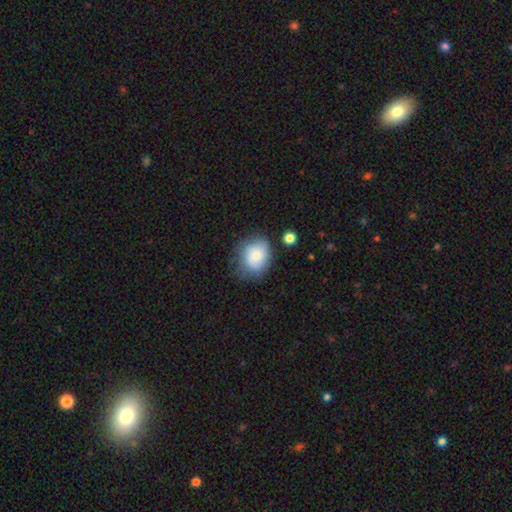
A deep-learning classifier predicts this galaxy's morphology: Smooth or featured?
  - smooth: 70% *
  - featured or disk: 22%
  - star or artifact: 8%
How rounded?
  - round: 51% *
  - in between: 48%
  - cigar-shaped: 1%
Merging?
  - none: 60% *
  - minor disturbance: 27%
  - major disturbance: 10%
  - merger: 4%